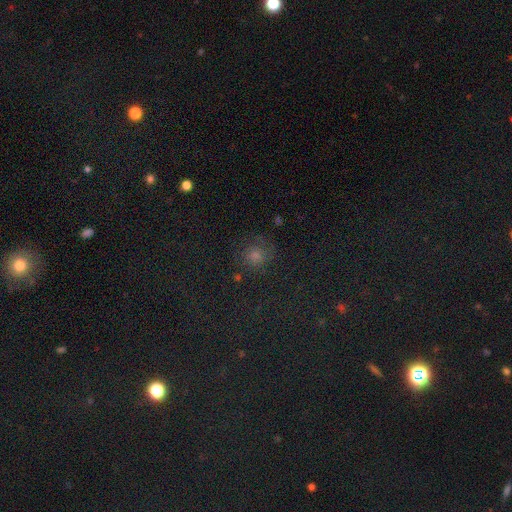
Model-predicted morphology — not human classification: Overall: smooth (62%; star or artifact 25%). How rounded: round (85%). Merging: none (69%).